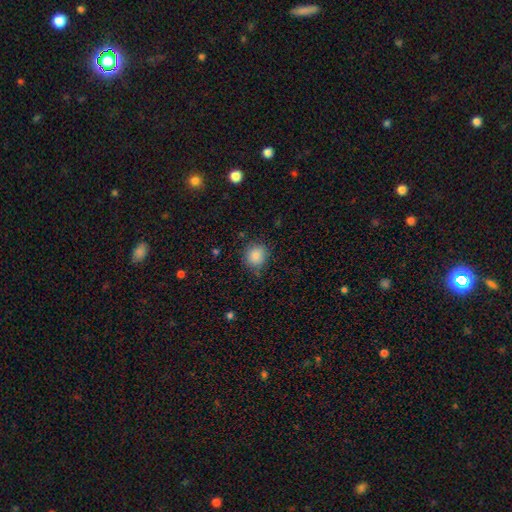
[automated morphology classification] A smooth galaxy with no disk features (85%) that is round (85%).

Vote fractions:
- Smooth or featured? smooth: 85% / star or artifact: 9% / featured or disk: 5%
- How rounded? round: 85% / in between: 14% / cigar-shaped: 1%
- Merging? none: 82% / minor disturbance: 14% / major disturbance: 3% / merger: 2%